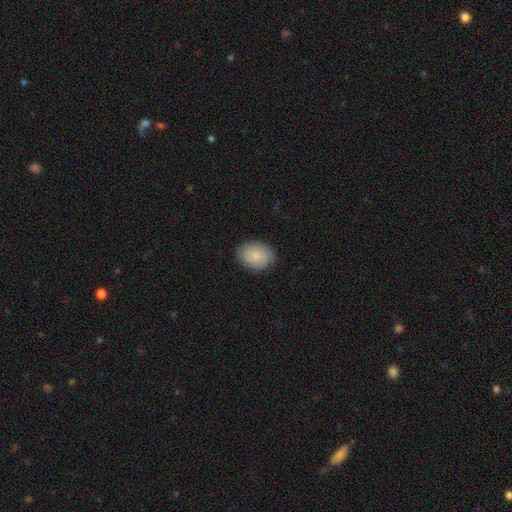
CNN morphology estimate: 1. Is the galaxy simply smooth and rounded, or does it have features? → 83% smooth, 11% featured or disk, 6% star or artifact.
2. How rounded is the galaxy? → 75% in between, 24% round, 1% cigar-shaped.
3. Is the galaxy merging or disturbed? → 84% none, 12% minor disturbance, 3% major disturbance, 1% merger.